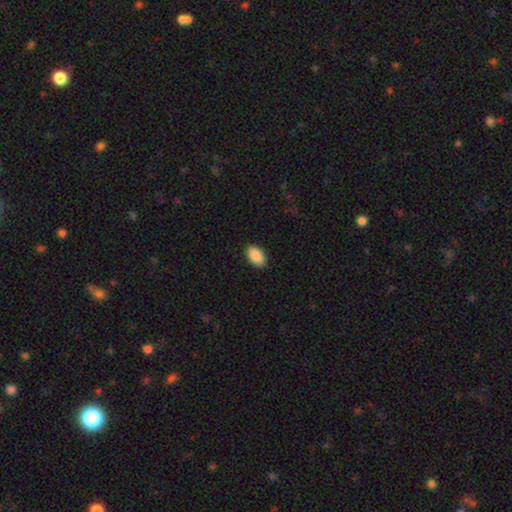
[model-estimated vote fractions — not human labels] This is clearly a smooth galaxy (90%). How rounded: clearly in between (94%). Merging: clearly none (89%).